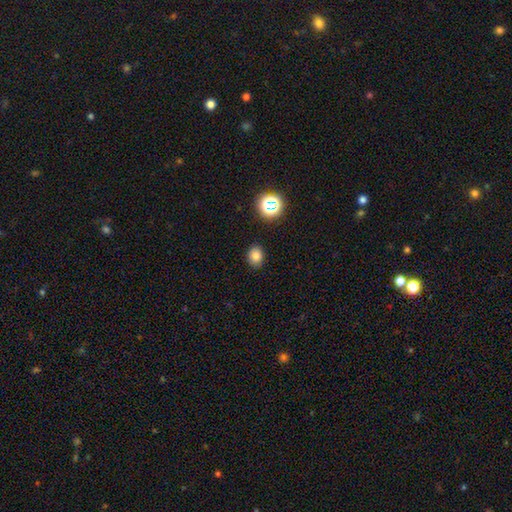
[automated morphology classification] A smooth galaxy with no disk features (80%) that is round (50%).

Vote fractions:
- Smooth or featured? smooth: 80% / star or artifact: 15% / featured or disk: 5%
- How rounded? round: 50% / in between: 49% / cigar-shaped: 1%
- Merging? none: 87% / minor disturbance: 9% / major disturbance: 2% / merger: 2%